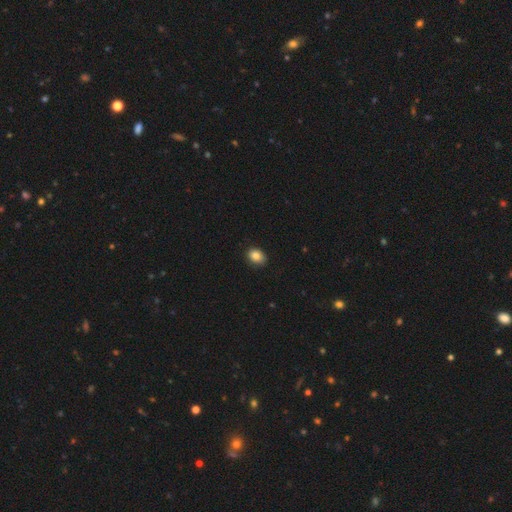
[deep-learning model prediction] The model was most divided on "how rounded": in between: 65%, round: 34%, cigar-shaped: 1%. More confident: merging — none (86%); smooth or featured — smooth (85%).